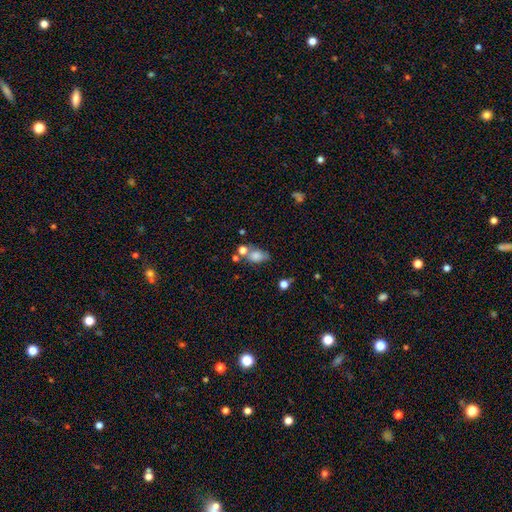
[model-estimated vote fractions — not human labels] This appears to be a smooth galaxy with no disk features (75%) that is in between round and cigar-shaped (79%). Merging: none (42%).